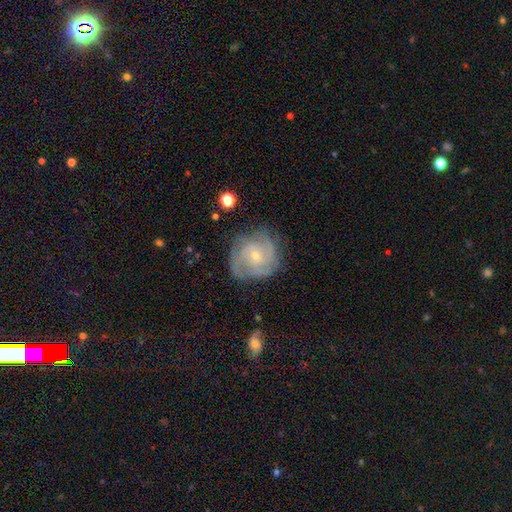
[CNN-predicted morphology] smooth_or_featured: featured or disk (p=0.76) [alt: smooth p=0.17]
disk_edge_on: no (p=0.98) [alt: yes p=0.02]
bar: no (p=0.70) [alt: weak p=0.26]
has_spiral_arms: yes (p=0.92) [alt: no p=0.08]
spiral_winding: tight (p=0.55) [alt: medium p=0.36]
spiral_arm_count: can't tell (p=0.29) [tied with: 3 p=0.29]
bulge_size: small (p=0.74) [alt: moderate p=0.23]
merging: none (p=0.70) [alt: minor disturbance p=0.20]